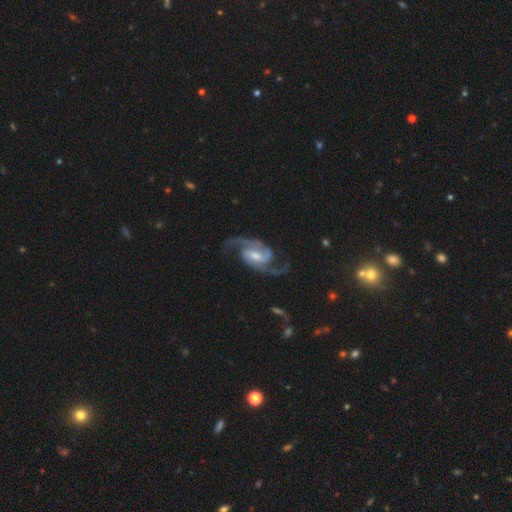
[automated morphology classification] Smooth or featured? featured or disk (93%)
Edge-on disk? no (98%)
Bar? weak (51%)
Spiral arms? yes (98%)
Spiral winding? medium (56%)
Spiral arm count? 2 (92%)
Bulge size? moderate (52%)
Merging? none (75%)